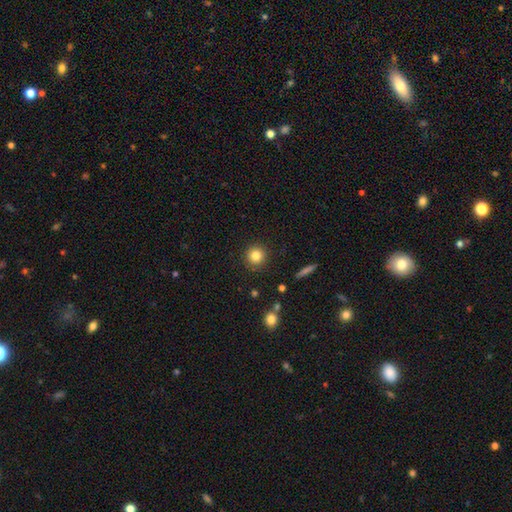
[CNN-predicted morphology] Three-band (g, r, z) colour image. It shows a smooth galaxy with no disk features (82%) that is round (94%). Merging: none (91%).